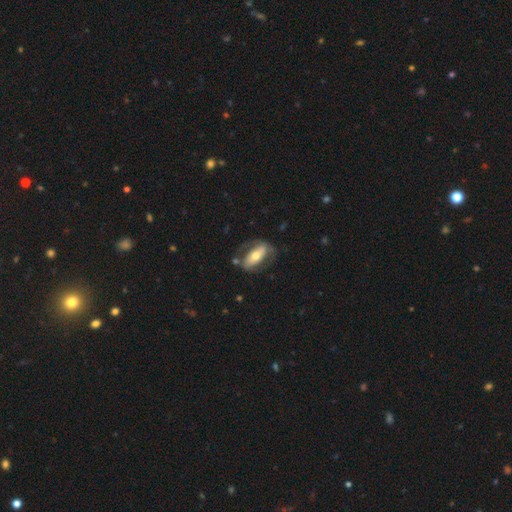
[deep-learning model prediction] Smooth or featured?
  - featured or disk: 53% *
  - smooth: 42%
  - star or artifact: 6%
Edge-on disk?
  - no: 82% *
  - yes: 18%
Merging?
  - none: 57% *
  - minor disturbance: 21%
  - major disturbance: 17%
  - merger: 4%